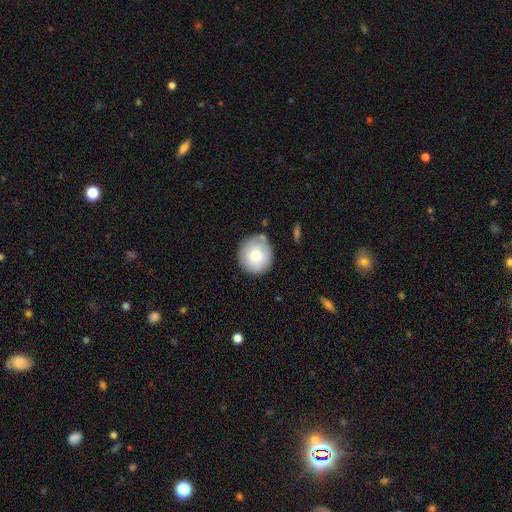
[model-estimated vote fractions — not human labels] Smooth or featured: smooth — 79% (featured or disk — 14%)
How rounded: round — 90% (in between — 9%)
Merging: none — 79% (minor disturbance — 13%)